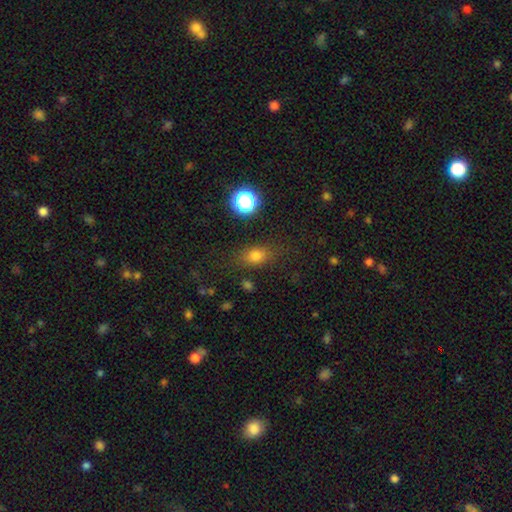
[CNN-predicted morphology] Overall: smooth (75%). How rounded: in between (68%). Merging: none (79%).